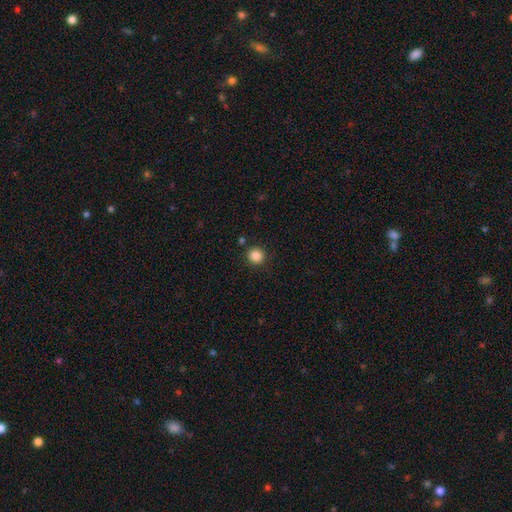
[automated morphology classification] This appears to be a smooth galaxy with no disk features (86%) that is round (94%). Merging: none (90%).